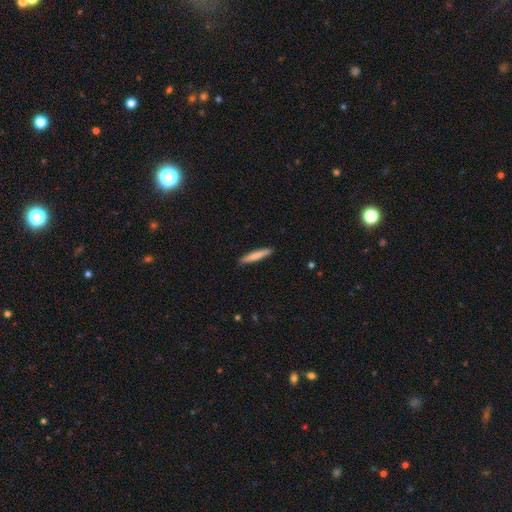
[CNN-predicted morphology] The model was most divided on "smooth or featured": smooth: 75%, featured or disk: 20%, star or artifact: 5%. More confident: how rounded — cigar-shaped (93%); merging — none (90%).